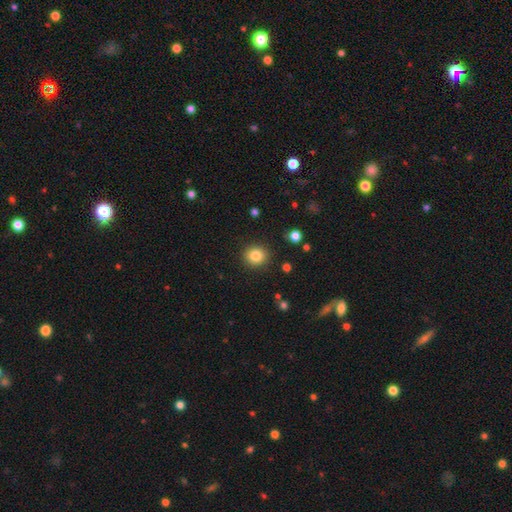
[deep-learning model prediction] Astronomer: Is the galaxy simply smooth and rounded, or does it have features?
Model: smooth — 83%.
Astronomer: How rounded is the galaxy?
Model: round — 86%.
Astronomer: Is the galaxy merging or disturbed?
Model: none — 90%.